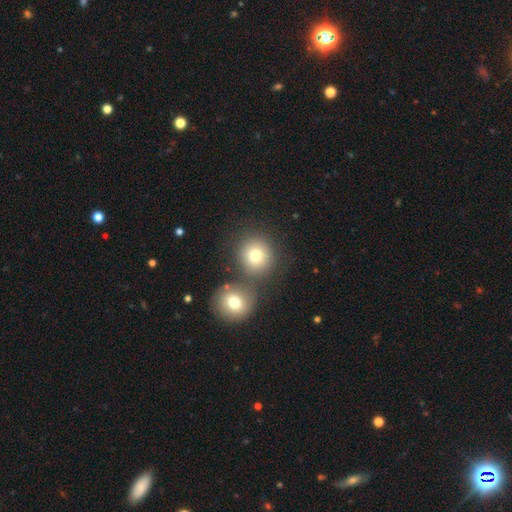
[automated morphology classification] A smooth galaxy with no disk features (78%) that is round (90%).

Vote fractions:
- Smooth or featured? smooth: 78% / star or artifact: 12% / featured or disk: 10%
- How rounded? round: 90% / in between: 9% / cigar-shaped: 1%
- Merging? none: 65% / merger: 25% / minor disturbance: 8% / major disturbance: 3%